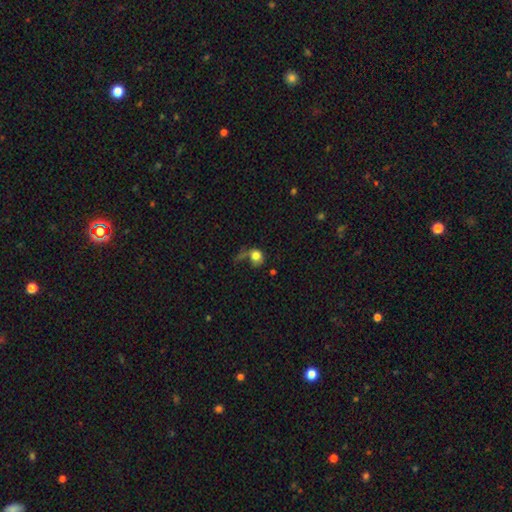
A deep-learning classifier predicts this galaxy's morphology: smooth 74%, featured or disk 15%, star or artifact 11%. Down the decision tree: how rounded — round (65%); merging — major disturbance (36%).